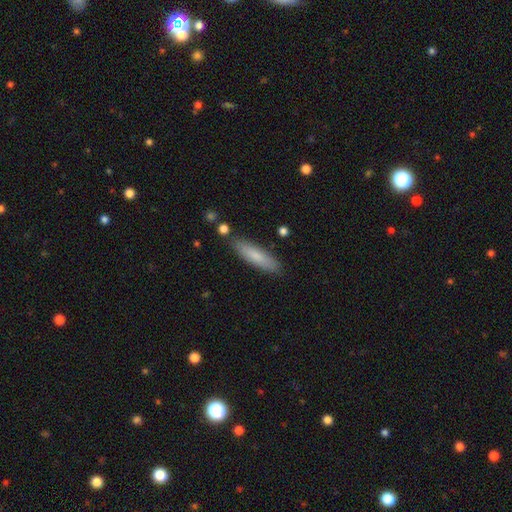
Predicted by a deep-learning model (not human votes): A smooth galaxy with no disk features (76%) that is cigar-shaped (71%). Merging: none (85%).